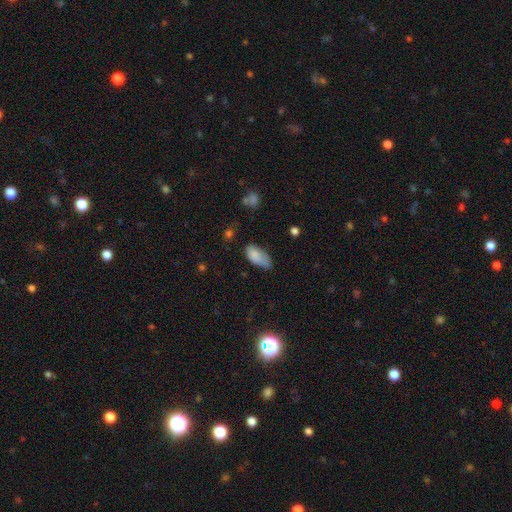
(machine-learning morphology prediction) Smooth or featured? Predicted: smooth (p=0.82). How rounded? Predicted: in between (p=0.91). Merging? Predicted: none (p=0.43).